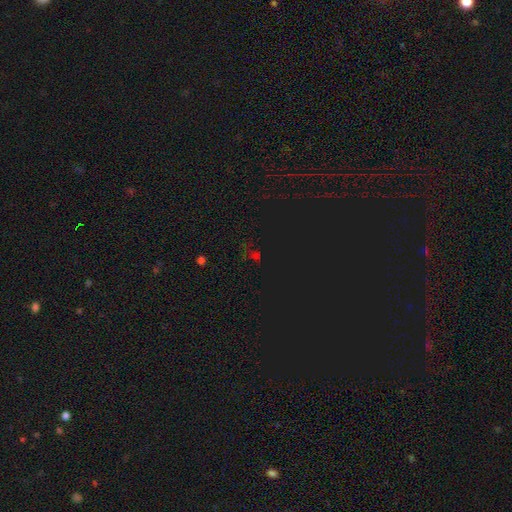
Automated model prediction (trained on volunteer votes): Smooth or featured?
  - star or artifact: 67% *
  - smooth: 25%
  - featured or disk: 7%